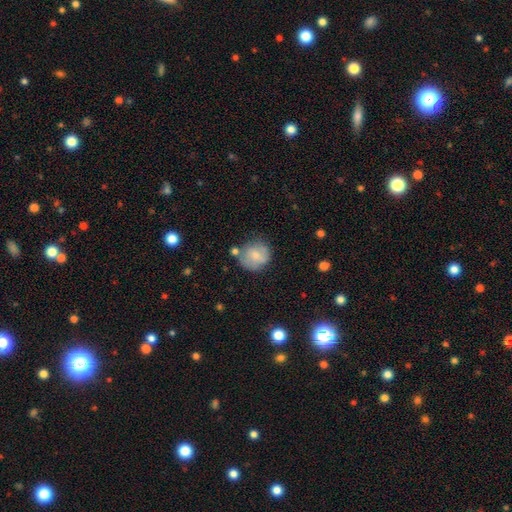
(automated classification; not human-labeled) This appears to be a smooth galaxy with no disk features (69%) that is round (85%). Merging: none (61%).